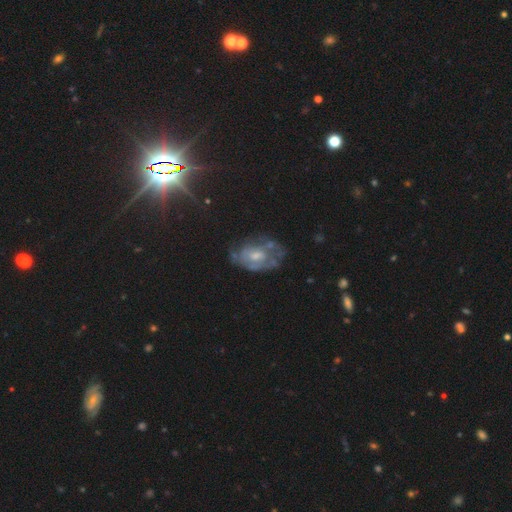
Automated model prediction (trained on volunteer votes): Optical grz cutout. It shows a featured or disk galaxy (64%) with no bar (72%), spiral arms (56%) and a moderate central bulge (47%). Merging: none (60%).